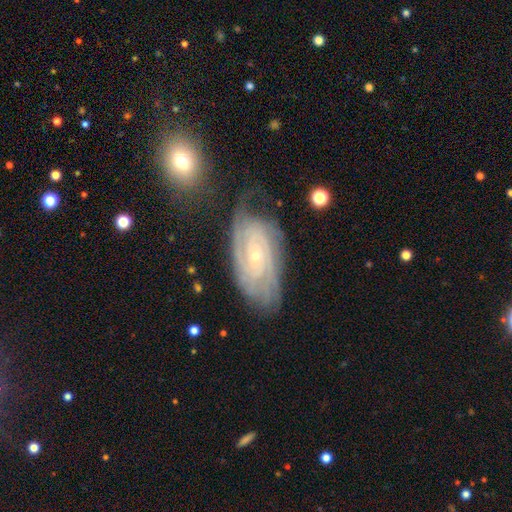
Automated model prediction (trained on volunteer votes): A featured or disk galaxy (85%) with no bar (70%), tight (76%) spiral arms (96%) and a small central bulge (81%). Merging: none (65%).